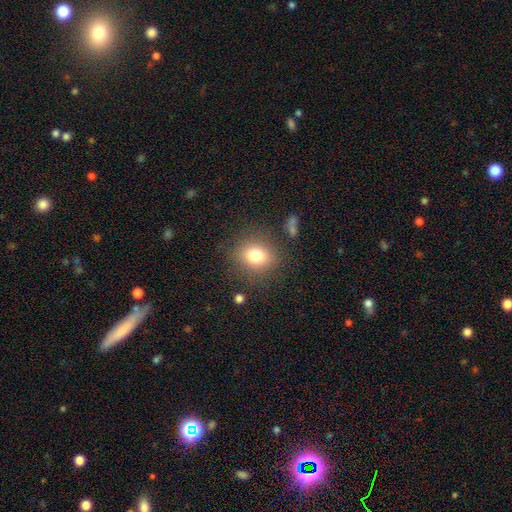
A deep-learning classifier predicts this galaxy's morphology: This appears to be a smooth galaxy with no disk features (79%) that is round (70%). Merging: none (82%).